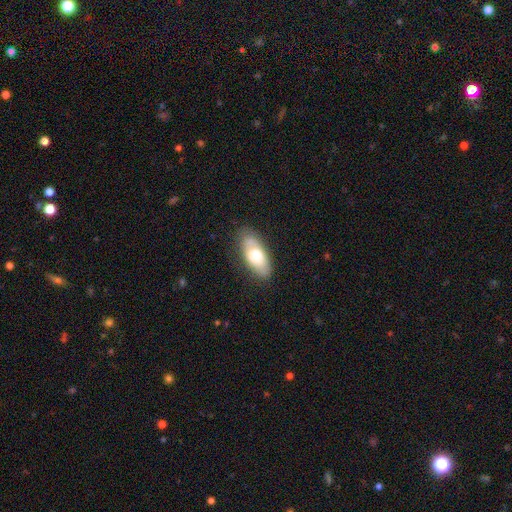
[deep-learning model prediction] Smooth or featured? smooth (66%)
How rounded? in between (85%)
Merging? none (77%)